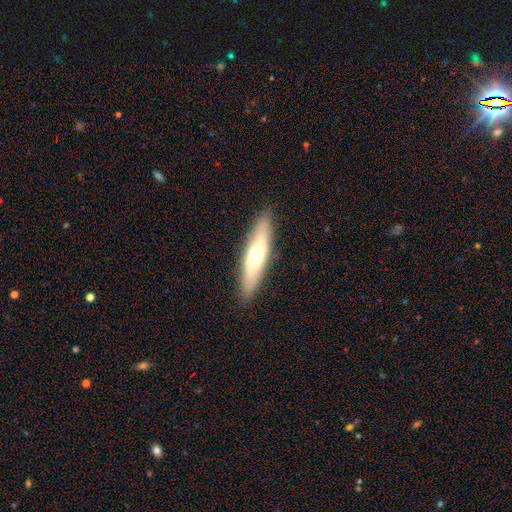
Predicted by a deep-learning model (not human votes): Smooth or featured: smooth — 49% (featured or disk — 46%)
Merging: none — 89% (minor disturbance — 8%)